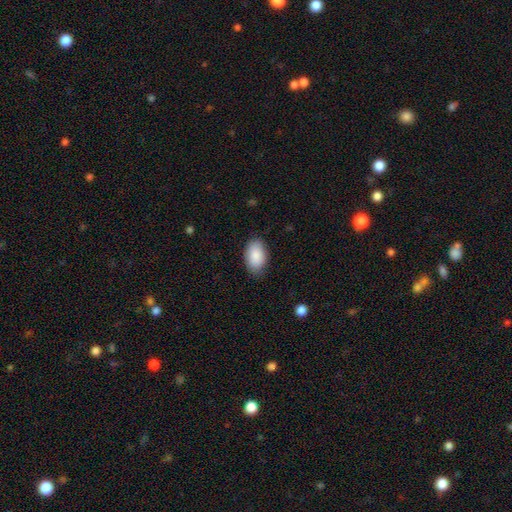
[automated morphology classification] Smooth or featured? smooth (89%)
How rounded? in between (94%)
Merging? none (84%)